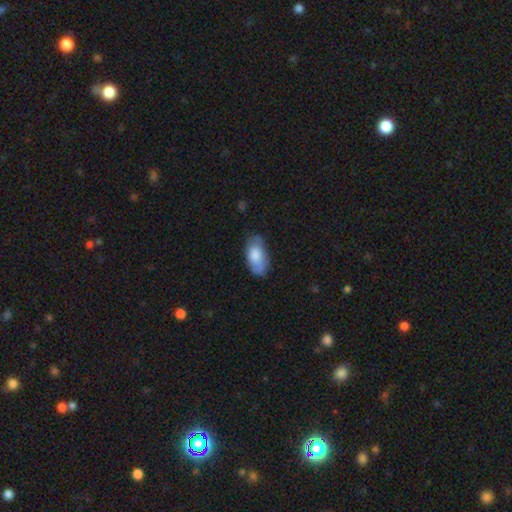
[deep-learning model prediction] This is likely a smooth galaxy (78%). How rounded: clearly in between (93%). Merging: likely none (65%).